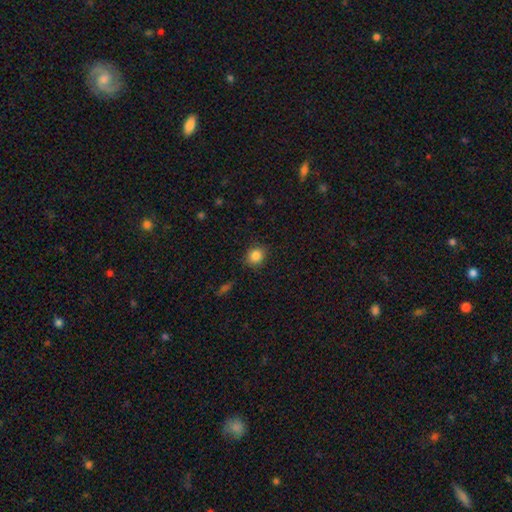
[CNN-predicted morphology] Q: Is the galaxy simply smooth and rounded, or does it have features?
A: smooth — 85%.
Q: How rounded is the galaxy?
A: round — 72%.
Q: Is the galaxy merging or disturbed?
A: none — 87%.